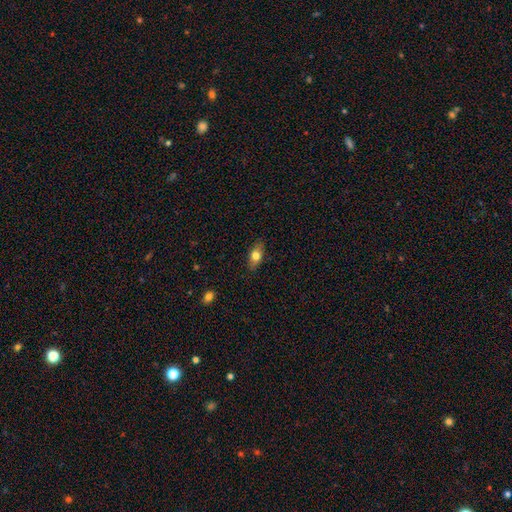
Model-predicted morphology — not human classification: smooth 75%, featured or disk 18%, star or artifact 8%. Down the decision tree: how rounded — in between (82%); merging — none (86%).